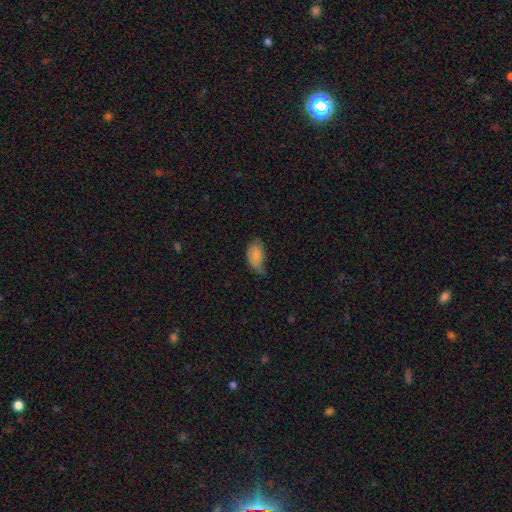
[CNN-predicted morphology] Q: Smooth or featured?
A: smooth (75%); runner-up: featured or disk (18%)
Q: How rounded?
A: in between (92%); runner-up: round (6%)
Q: Merging?
A: minor disturbance (46%); runner-up: none (32%)